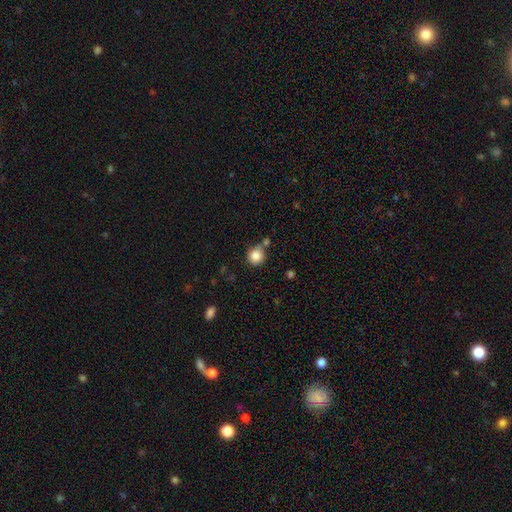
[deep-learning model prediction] This appears to be a smooth galaxy with no disk features (85%) that is round (91%). Merging: none (68%).